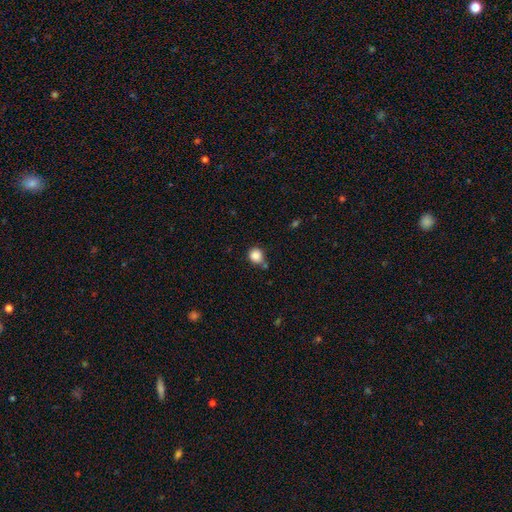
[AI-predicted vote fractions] Overall: smooth (86%). How rounded: round (84%). Merging: none (69%).